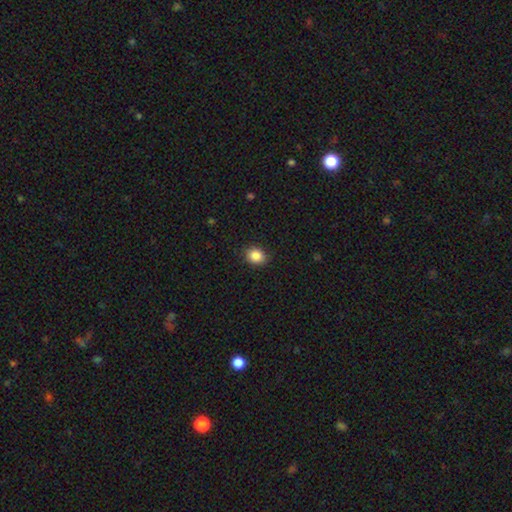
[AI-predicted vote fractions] Overall: smooth (87%). How rounded: round (51%; in between 48%). Merging: none (88%).